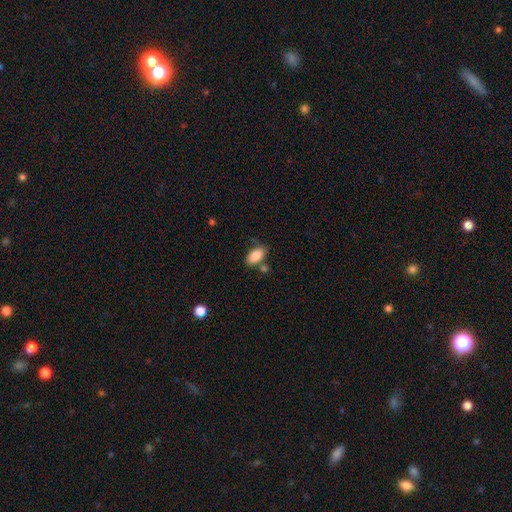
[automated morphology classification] Smooth or featured? smooth (87%)
How rounded? in between (93%)
Merging? none (68%)